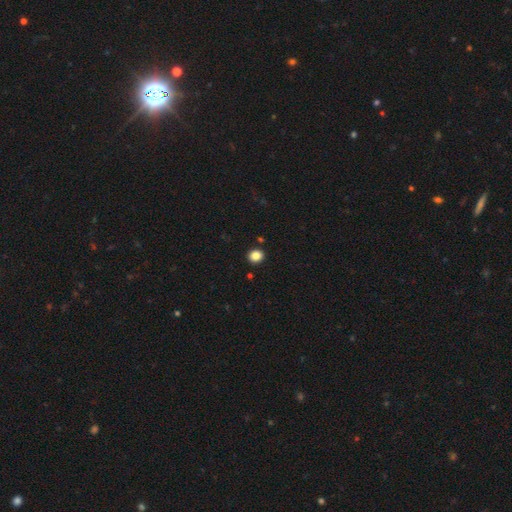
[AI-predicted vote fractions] Smooth or featured? smooth (86%)
How rounded? round (76%)
Merging? none (91%)